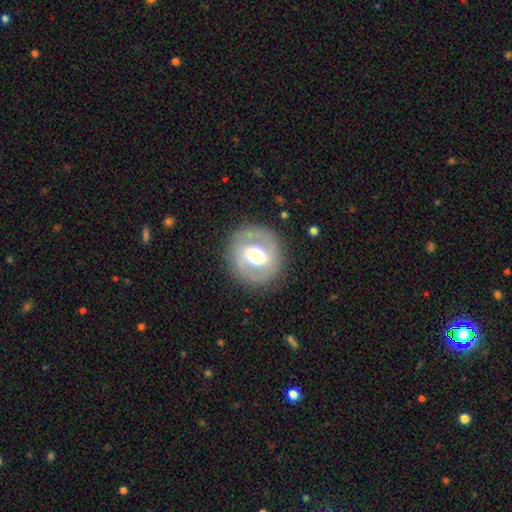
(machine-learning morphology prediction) smooth-or-featured: featured or disk: 62% | smooth: 31% | star or artifact: 6%
  disk-edge-on: no: 96% | yes: 4%
    bar: weak: 45% | strong: 31% | no: 25%
    has-spiral-arms: yes: 58% | no: 42%
    bulge-size: moderate: 58% | large: 31% | small: 6% | dominant: 4% | none: 1%
  merging: none: 84% | minor disturbance: 9% | major disturbance: 5% | merger: 1%